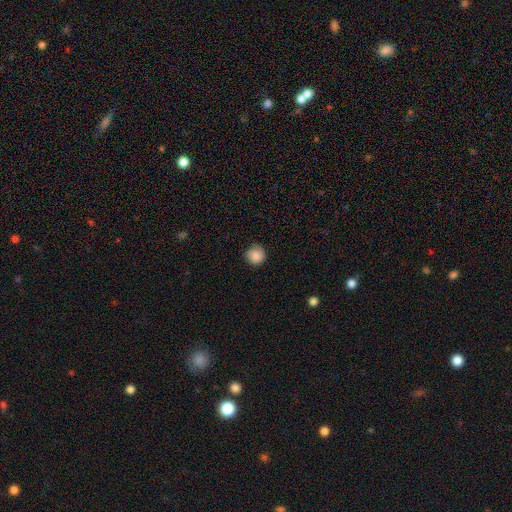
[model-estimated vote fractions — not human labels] smooth 85%, star or artifact 9%, featured or disk 6%. Down the decision tree: how rounded — round (93%); merging — none (83%).